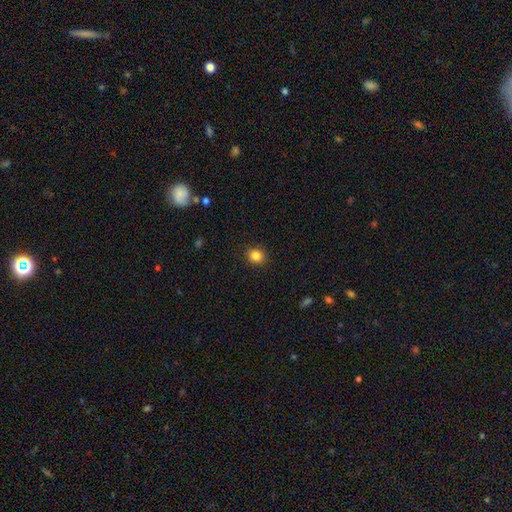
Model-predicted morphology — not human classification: This appears to be a smooth galaxy with no disk features (85%) that is round (79%). Merging: none (91%).